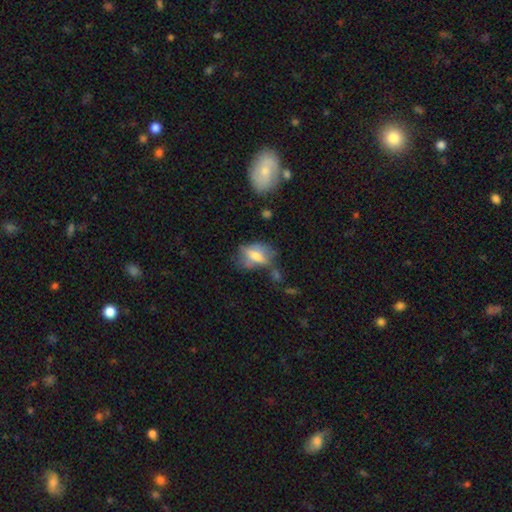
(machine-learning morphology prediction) A smooth galaxy with no disk features (56%) that is in between round and cigar-shaped (82%).

Vote fractions:
- Smooth or featured? smooth: 56% / featured or disk: 34% / star or artifact: 10%
- How rounded? in between: 82% / round: 13% / cigar-shaped: 5%
- Merging? none: 38% / minor disturbance: 27% / major disturbance: 24% / merger: 11%